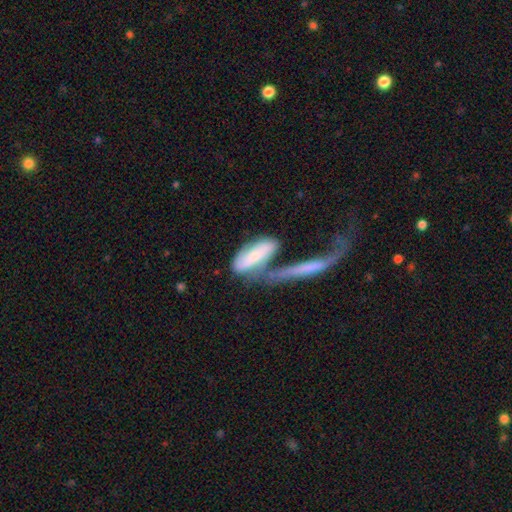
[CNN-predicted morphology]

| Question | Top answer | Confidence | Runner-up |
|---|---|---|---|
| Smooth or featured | smooth | 60% | featured or disk (33%) |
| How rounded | in between | 64% | cigar-shaped (33%) |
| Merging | merger | 45% | none (26%) |